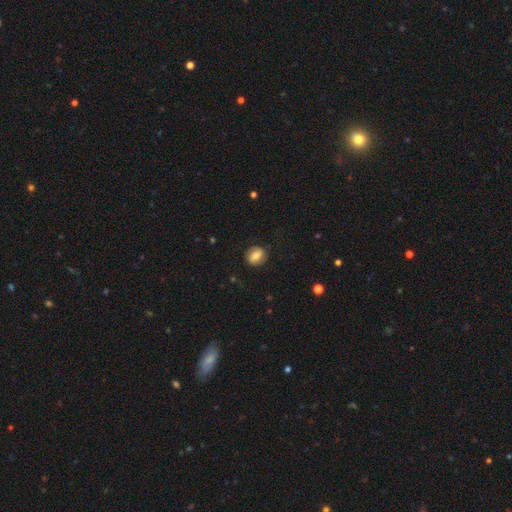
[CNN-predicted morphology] A smooth galaxy with no disk features (64%) that is round (74%).

Vote fractions:
- Smooth or featured? smooth: 64% / featured or disk: 27% / star or artifact: 9%
- How rounded? round: 74% / in between: 25% / cigar-shaped: 1%
- Merging? none: 84% / minor disturbance: 11% / major disturbance: 4% / merger: 1%